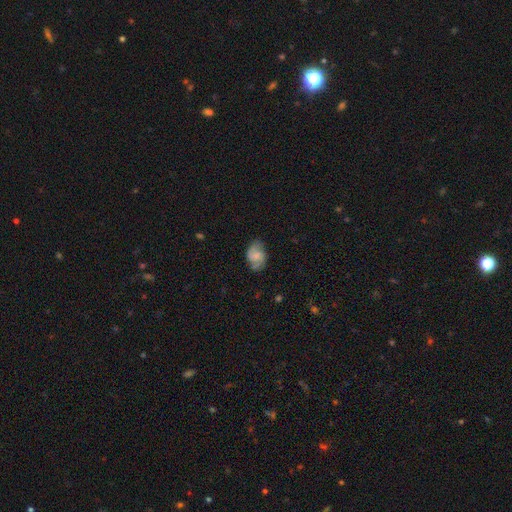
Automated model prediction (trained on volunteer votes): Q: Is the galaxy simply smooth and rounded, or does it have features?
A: featured or disk — 54%.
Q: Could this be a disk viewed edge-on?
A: no — 97%.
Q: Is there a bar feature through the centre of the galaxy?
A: no — 49%.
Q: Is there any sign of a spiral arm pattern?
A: yes — 89%.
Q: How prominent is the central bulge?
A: small — 46%.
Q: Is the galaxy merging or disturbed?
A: none — 71%.